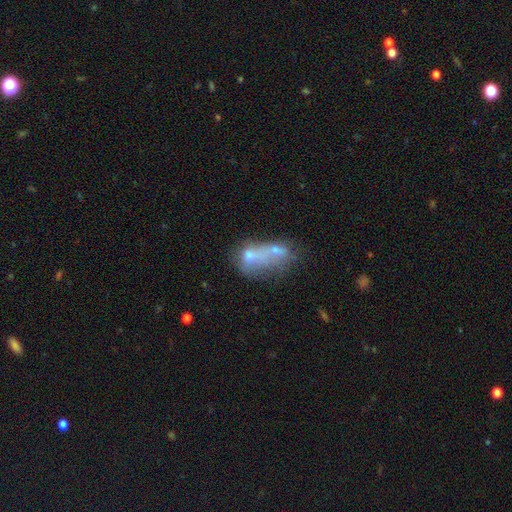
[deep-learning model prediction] smooth-or-featured: smooth: 49% | featured or disk: 35% | star or artifact: 16%
  merging: merger: 49% | major disturbance: 20% | none: 19% | minor disturbance: 12%